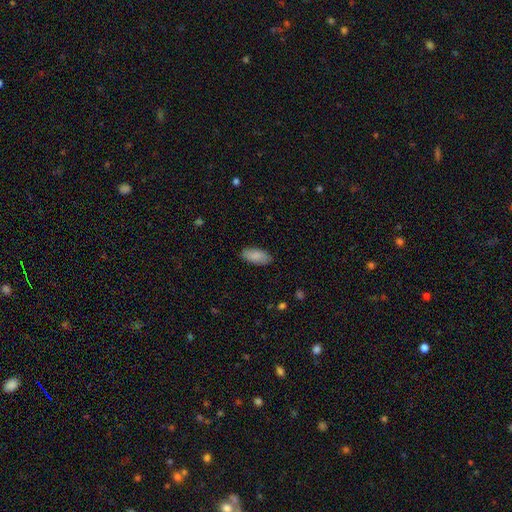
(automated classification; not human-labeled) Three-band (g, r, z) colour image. It shows a smooth galaxy with no disk features (87%) that is in between round and cigar-shaped (90%). Merging: none (85%).